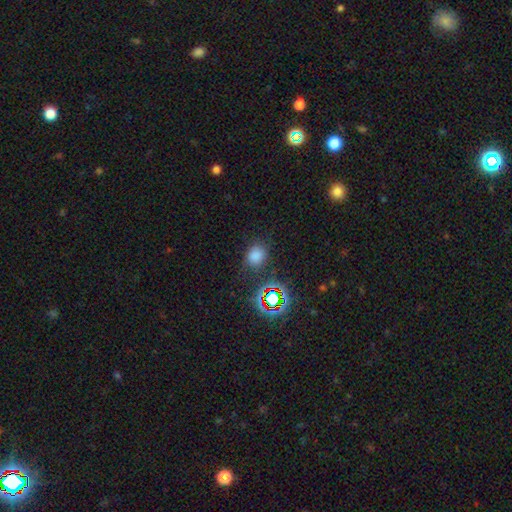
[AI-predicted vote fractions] Smooth or featured?
  - smooth: 70% *
  - star or artifact: 23%
  - featured or disk: 6%
How rounded?
  - round: 65% *
  - in between: 34%
  - cigar-shaped: 1%
Merging?
  - none: 76% *
  - minor disturbance: 15%
  - major disturbance: 6%
  - merger: 3%